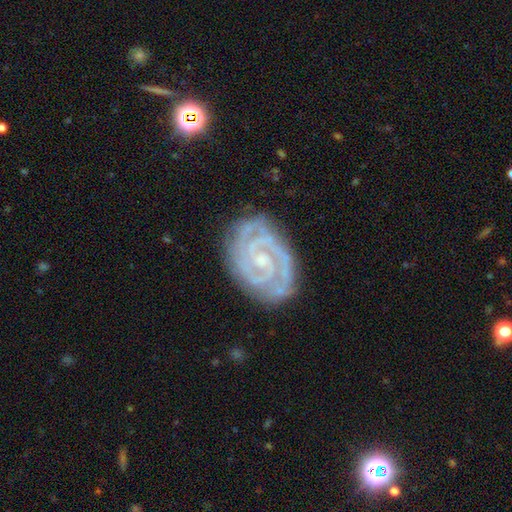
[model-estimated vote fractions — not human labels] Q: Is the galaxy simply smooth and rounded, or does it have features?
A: featured or disk — 88%.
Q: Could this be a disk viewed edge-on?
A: no — 97%.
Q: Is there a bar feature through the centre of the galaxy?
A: no — 56%.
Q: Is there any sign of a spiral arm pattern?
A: yes — 98%.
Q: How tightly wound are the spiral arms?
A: tight — 78%.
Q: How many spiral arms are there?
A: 2 — 48%.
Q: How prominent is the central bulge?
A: small — 73%.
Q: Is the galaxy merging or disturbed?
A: none — 79%.